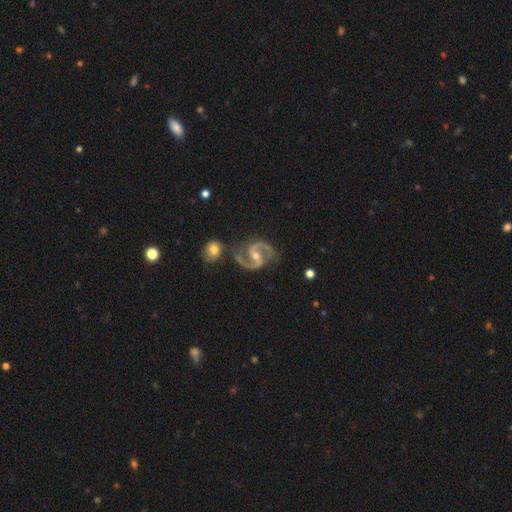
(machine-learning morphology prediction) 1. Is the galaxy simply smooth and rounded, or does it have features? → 93% featured or disk, 4% star or artifact, 3% smooth.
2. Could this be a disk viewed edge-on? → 98% no, 2% yes.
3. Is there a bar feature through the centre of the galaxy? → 39% weak, 34% no, 27% strong.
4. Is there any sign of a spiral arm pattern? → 98% yes, 2% no.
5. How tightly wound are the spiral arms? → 67% medium, 18% loose, 15% tight.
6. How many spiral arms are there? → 94% 2, 1% can't tell, 1% 3, 1% 1, 1% 4, 1% more than 4.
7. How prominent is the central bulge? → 60% moderate, 36% small, 2% large, 1% none, 1% dominant.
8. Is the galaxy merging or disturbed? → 73% none, 15% minor disturbance, 7% merger, 5% major disturbance.